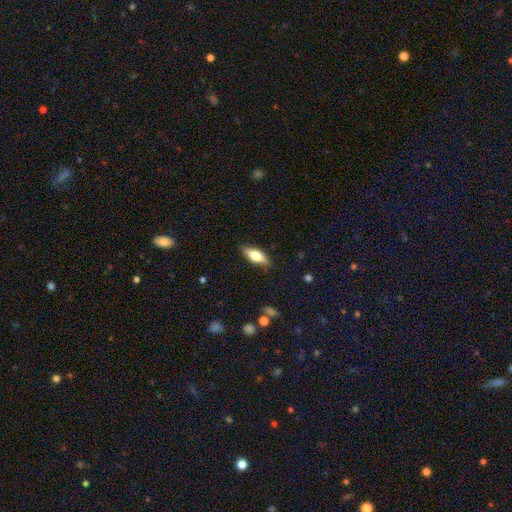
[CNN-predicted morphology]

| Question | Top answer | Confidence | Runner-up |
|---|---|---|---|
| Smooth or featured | smooth | 67% | featured or disk (27%) |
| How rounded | in between | 71% | cigar-shaped (26%) |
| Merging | none | 84% | minor disturbance (12%) |